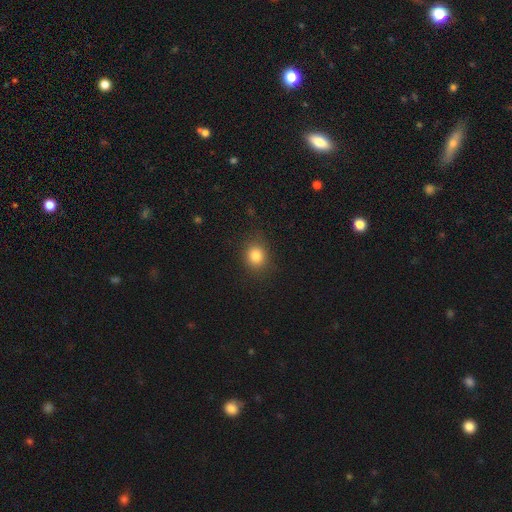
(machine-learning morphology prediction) Smooth or featured?
  - smooth: 83% *
  - star or artifact: 11%
  - featured or disk: 5%
How rounded?
  - round: 69% *
  - in between: 30%
  - cigar-shaped: 1%
Merging?
  - none: 84% *
  - minor disturbance: 11%
  - major disturbance: 4%
  - merger: 1%